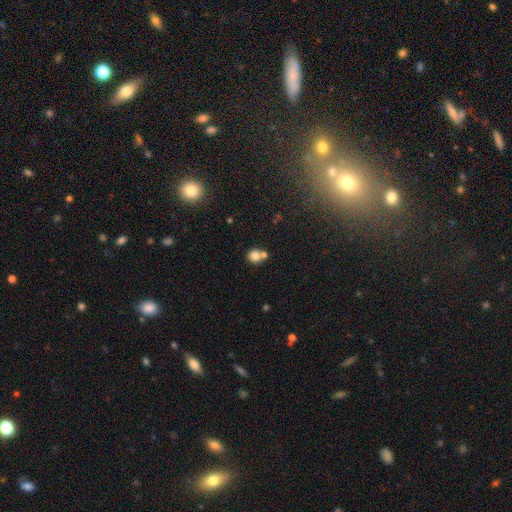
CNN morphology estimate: This appears to be a smooth galaxy with no disk features (80%) that is round (82%). Merging: none (49%).